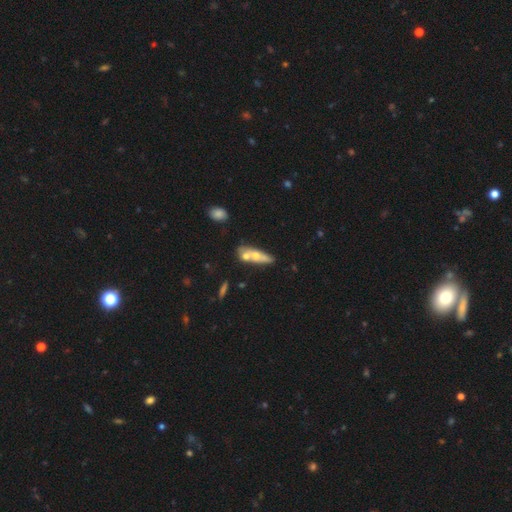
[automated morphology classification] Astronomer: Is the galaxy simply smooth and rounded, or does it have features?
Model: smooth — 51% (runner-up: featured or disk, 42%).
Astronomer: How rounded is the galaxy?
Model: in between — 53% (runner-up: cigar-shaped, 41%).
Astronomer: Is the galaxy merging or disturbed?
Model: merger — 48% (runner-up: none, 34%).